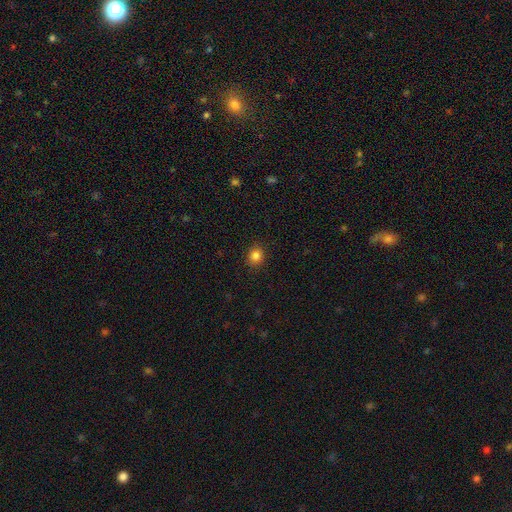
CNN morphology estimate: Smooth or featured: smooth — 84% (star or artifact — 12%)
How rounded: round — 78% (in between — 21%)
Merging: none — 90% (minor disturbance — 7%)